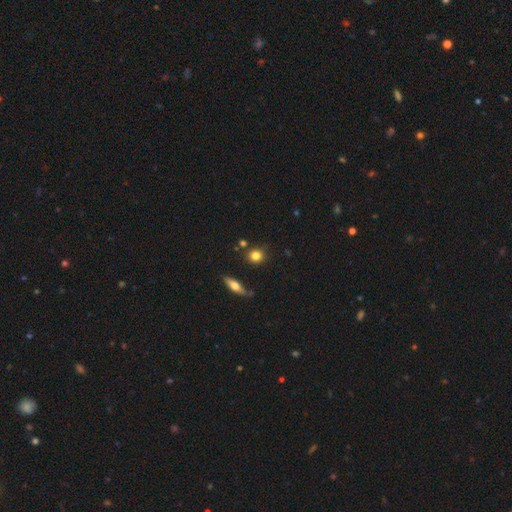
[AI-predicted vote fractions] smooth-or-featured: smooth: 81% | star or artifact: 11% | featured or disk: 8%
  how-rounded: round: 77% | in between: 20% | cigar-shaped: 2%
  merging: none: 80% | minor disturbance: 11% | merger: 6% | major disturbance: 3%